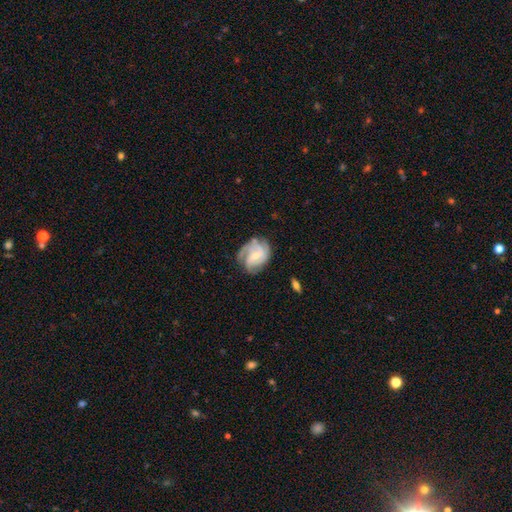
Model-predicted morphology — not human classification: A featured or disk galaxy (82%) with no bar (48%), 3 (39%) tight (52%) spiral arms (95%) and a small central bulge (56%). Merging: none (62%).